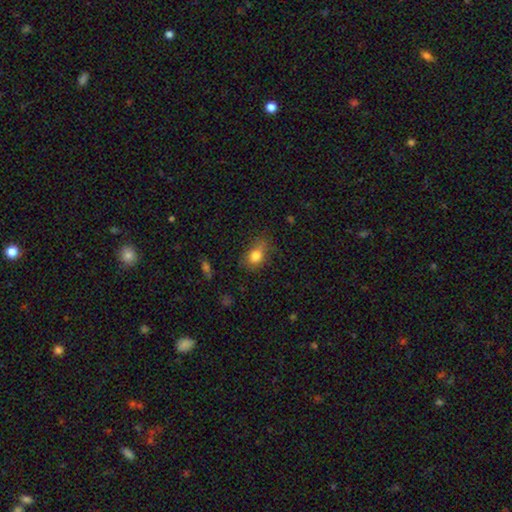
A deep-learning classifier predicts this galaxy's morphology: A smooth galaxy with no disk features (80%) that is in between round and cigar-shaped (66%).

Vote fractions:
- Smooth or featured? smooth: 80% / star or artifact: 10% / featured or disk: 9%
- How rounded? in between: 66% / round: 31% / cigar-shaped: 2%
- Merging? none: 61% / minor disturbance: 28% / major disturbance: 9% / merger: 2%